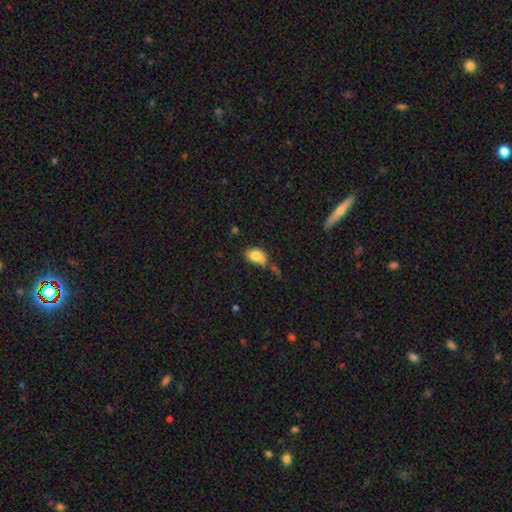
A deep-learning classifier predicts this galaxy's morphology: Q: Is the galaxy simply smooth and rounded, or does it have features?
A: smooth — 78%.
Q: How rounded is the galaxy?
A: in between — 77%.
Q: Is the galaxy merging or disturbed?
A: none — 39%.